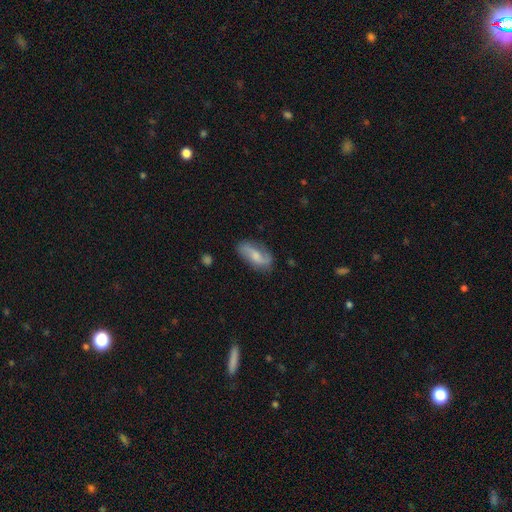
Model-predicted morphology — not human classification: type=featured or disk (51%); edge-on=no (91%); merging=none (70%).